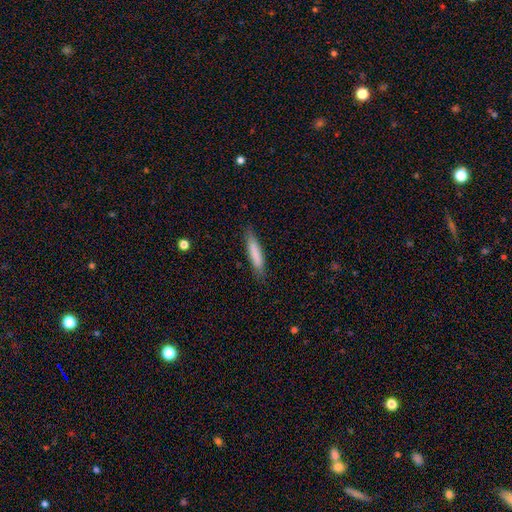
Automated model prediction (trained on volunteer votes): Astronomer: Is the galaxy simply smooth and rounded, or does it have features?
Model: smooth — 80%.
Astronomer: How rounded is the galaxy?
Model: cigar-shaped — 88%.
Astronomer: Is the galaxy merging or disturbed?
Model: none — 84%.